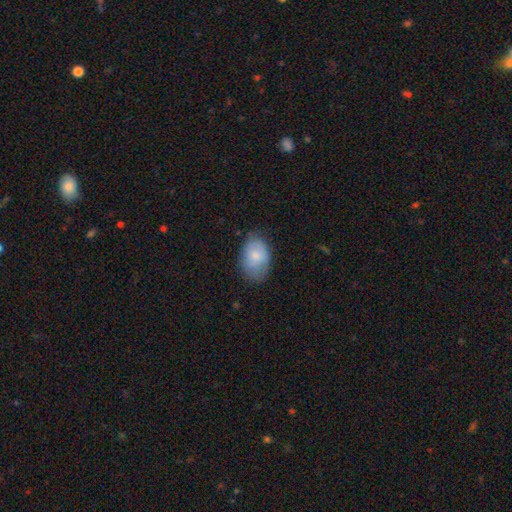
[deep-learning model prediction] Smooth or featured: smooth — 80% (featured or disk — 13%)
How rounded: in between — 85% (round — 14%)
Merging: none — 66% (minor disturbance — 26%)